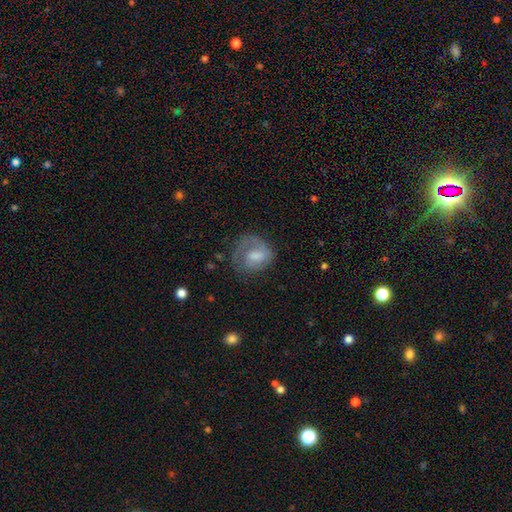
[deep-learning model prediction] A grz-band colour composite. It shows a featured or disk galaxy (53%) with a weak bar (45%), spiral arms (79%) and a moderate central bulge (39%). Merging: none (58%).